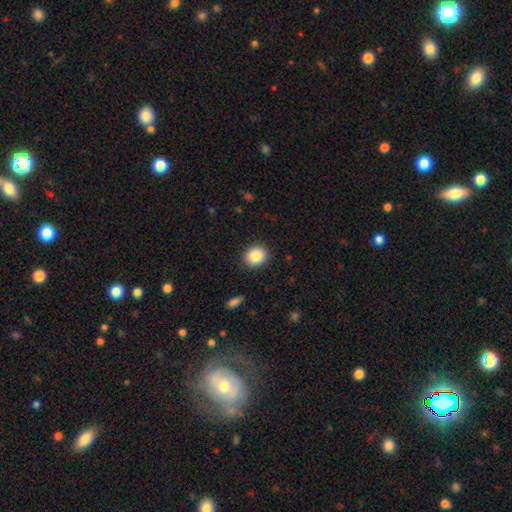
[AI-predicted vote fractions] This is clearly a smooth galaxy (87%). How rounded: likely round (62%). Merging: clearly none (89%).